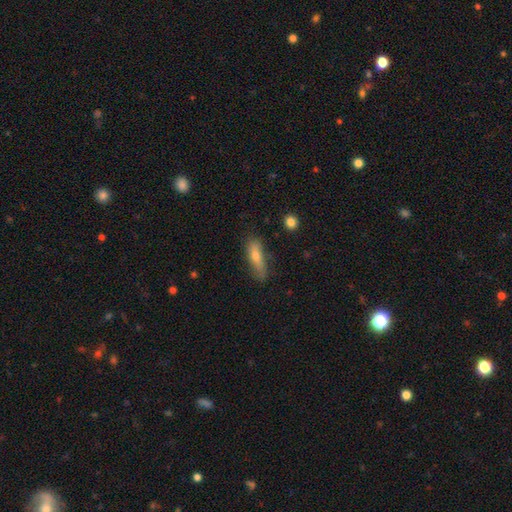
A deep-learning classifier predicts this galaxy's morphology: type=smooth (63%); roundness=cigar-shaped (66%); merging=none (70%).